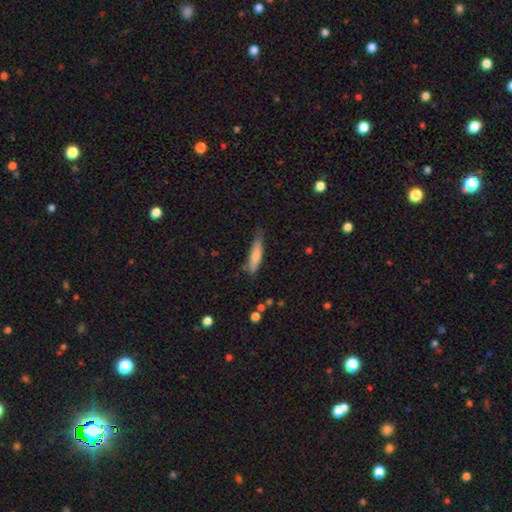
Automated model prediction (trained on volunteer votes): smooth 75%, featured or disk 19%, star or artifact 6%. Down the decision tree: how rounded — cigar-shaped (81%); merging — none (65%).